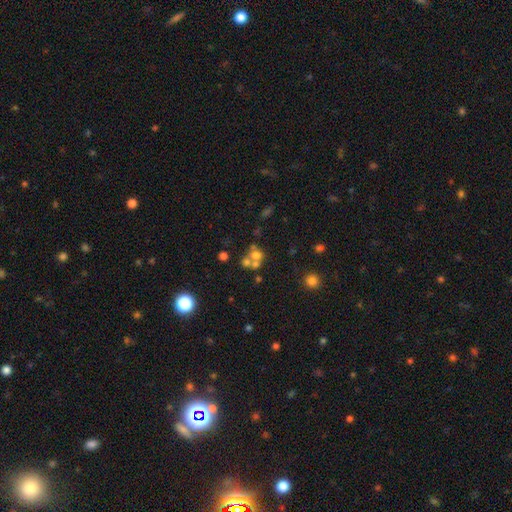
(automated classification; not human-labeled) smooth 55%, featured or disk 27%, star or artifact 18%. Down the decision tree: how rounded — round (78%); merging — merger (52%).